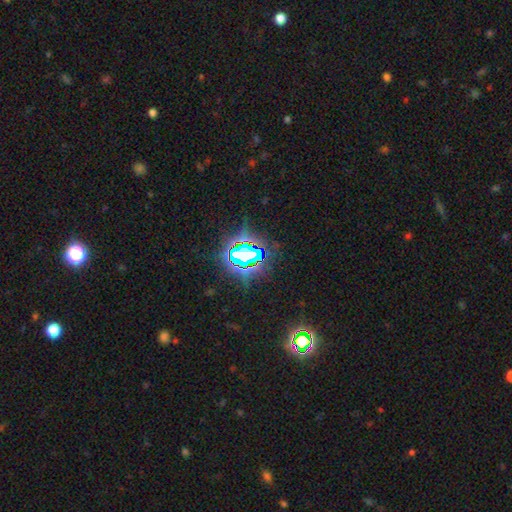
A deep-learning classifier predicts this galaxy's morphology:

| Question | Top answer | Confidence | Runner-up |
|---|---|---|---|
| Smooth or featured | star or artifact | 78% | smooth (12%) |